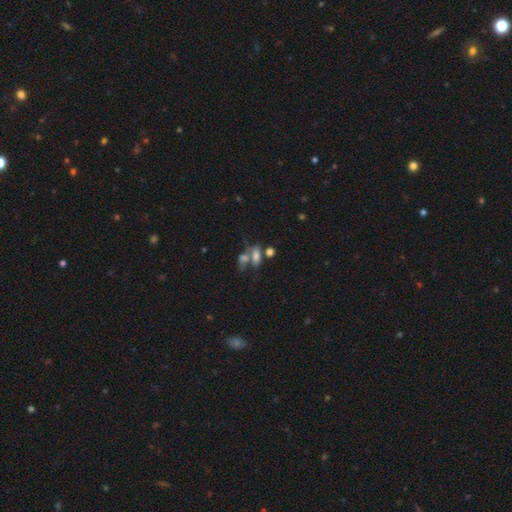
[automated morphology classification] Smooth or featured? Predicted: smooth (p=0.64). How rounded? Predicted: in between (p=0.75). Merging? Predicted: merger (p=0.43).